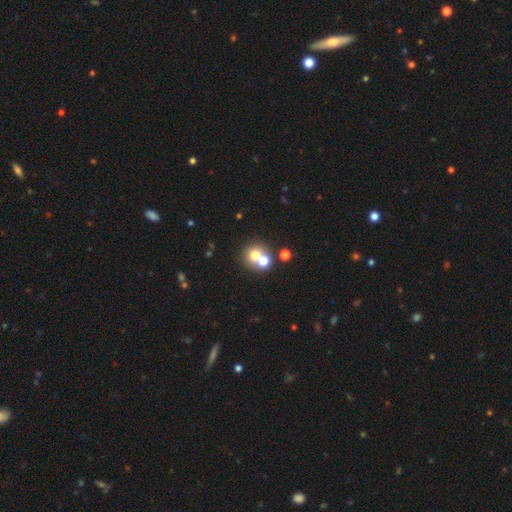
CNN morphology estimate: Smooth or featured? Predicted: smooth (p=0.68). How rounded? Predicted: round (p=0.85). Merging? Predicted: none (p=0.47).